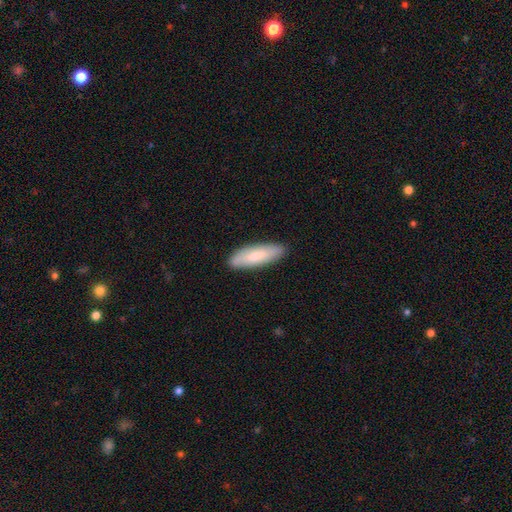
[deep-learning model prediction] smooth 79%, featured or disk 16%, star or artifact 5%. Down the decision tree: how rounded — cigar-shaped (52%); merging — none (88%).